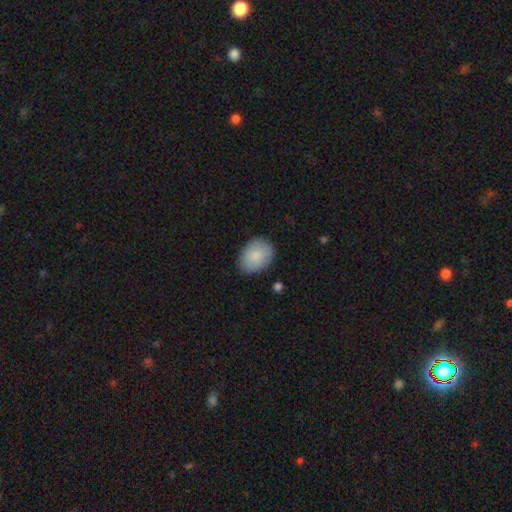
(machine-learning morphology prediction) smooth-or-featured: smooth: 86% | featured or disk: 9% | star or artifact: 6%
  how-rounded: in between: 71% | round: 28% | cigar-shaped: 1%
  merging: none: 83% | minor disturbance: 13% | major disturbance: 3% | merger: 1%